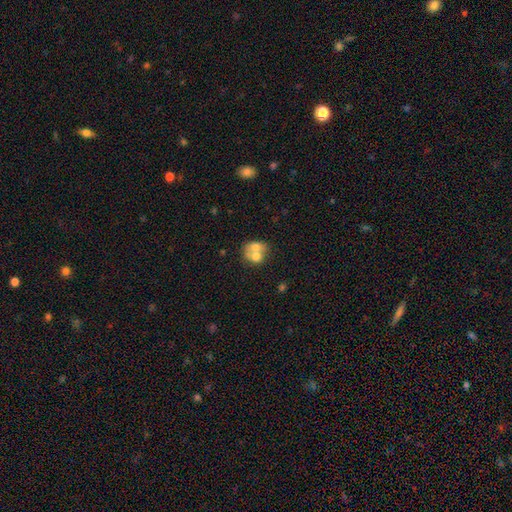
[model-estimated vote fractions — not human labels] smooth-or-featured: smooth: 61% | featured or disk: 30% | star or artifact: 9%
  how-rounded: round: 55% | in between: 44% | cigar-shaped: 1%
  merging: merger: 67% | none: 21% | minor disturbance: 7% | major disturbance: 5%